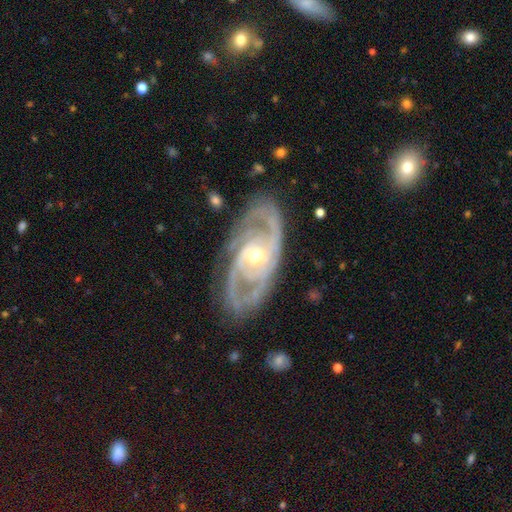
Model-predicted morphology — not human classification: This is clearly a featured or disk galaxy (91%). It is clearly not viewed edge-on (95%). Bar: possibly no (60%). Spiral arm pattern: clearly yes (97%). Spiral arm count: possibly 2 (55%). Spiral winding: possibly tight (54%). Central bulge: possibly moderate (52%). Merging: likely none (77%).